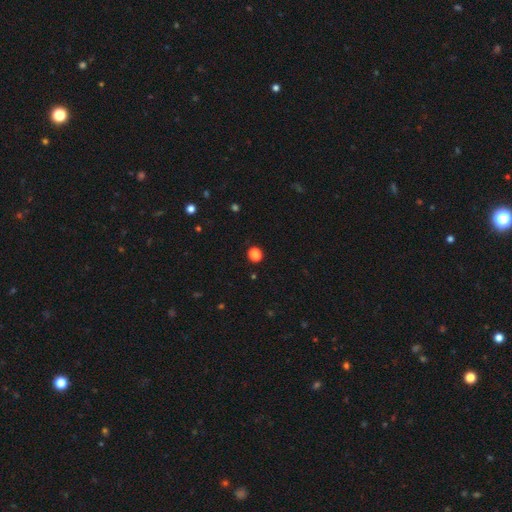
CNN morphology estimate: A smooth galaxy with no disk features (78%) that is round (53%).

Vote fractions:
- Smooth or featured? smooth: 78% / star or artifact: 18% / featured or disk: 4%
- How rounded? round: 53% / in between: 46% / cigar-shaped: 1%
- Merging? none: 86% / minor disturbance: 8% / merger: 3% / major disturbance: 3%